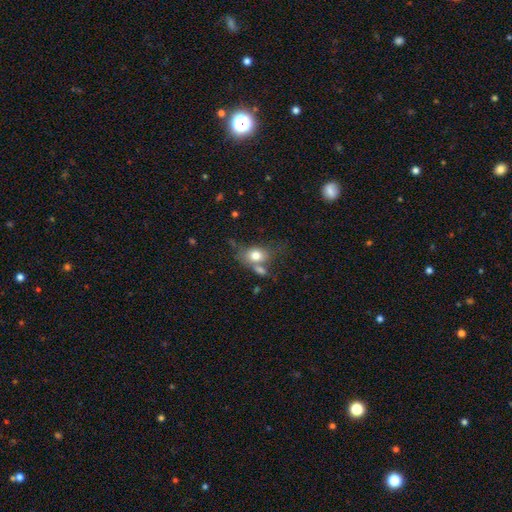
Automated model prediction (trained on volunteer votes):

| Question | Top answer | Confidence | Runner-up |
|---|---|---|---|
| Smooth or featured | smooth | 76% | featured or disk (15%) |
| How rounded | in between | 67% | round (31%) |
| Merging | none | 38% | merger (32%) |